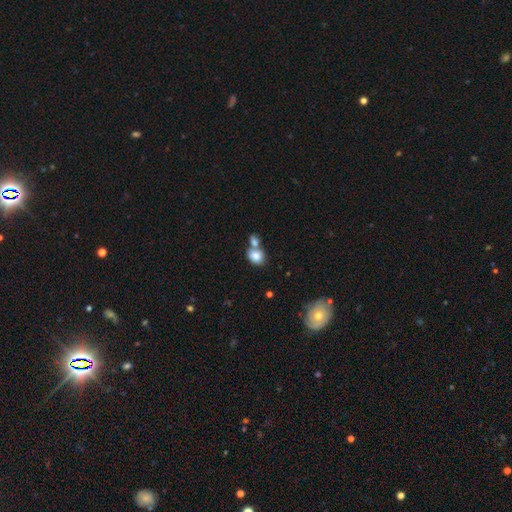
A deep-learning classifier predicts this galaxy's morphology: A smooth galaxy with no disk features (81%) that is in between round and cigar-shaped (55%). Merging: merger (49%).